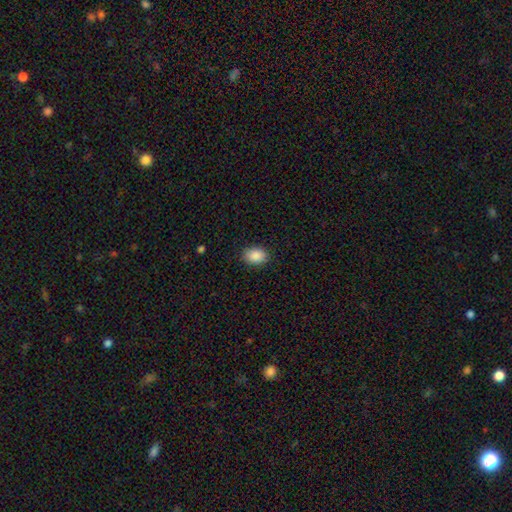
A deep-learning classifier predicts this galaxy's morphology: A smooth galaxy with no disk features (89%) that is in between round and cigar-shaped (76%).

Vote fractions:
- Smooth or featured? smooth: 89% / star or artifact: 8% / featured or disk: 3%
- How rounded? in between: 76% / round: 23% / cigar-shaped: 1%
- Merging? none: 88% / minor disturbance: 9% / major disturbance: 2% / merger: 1%